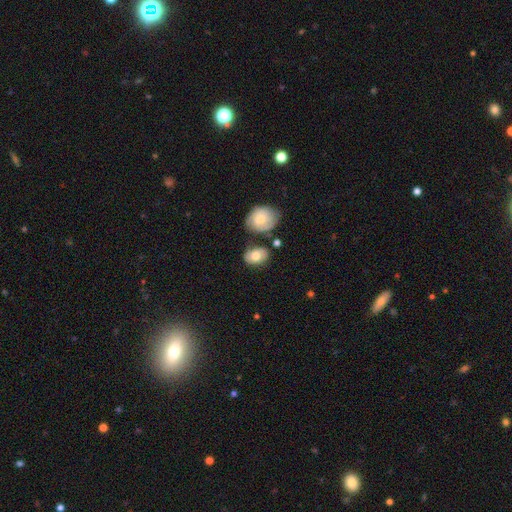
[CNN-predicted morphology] This is likely a smooth galaxy (70%). How rounded: likely in between (71%). Merging: likely none (61%).